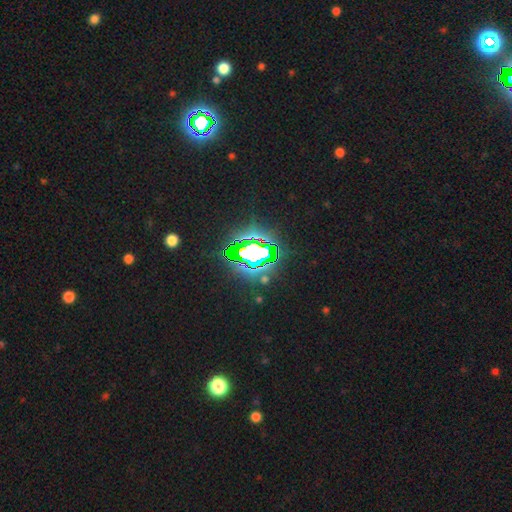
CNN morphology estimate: Q: Smooth or featured?
A: star or artifact (74%); runner-up: smooth (14%)